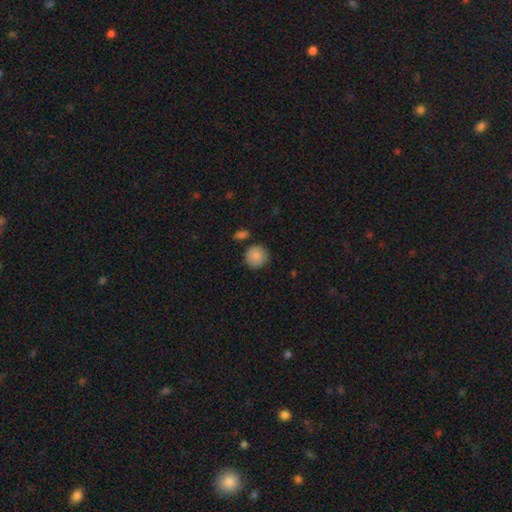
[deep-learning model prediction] This appears to be a smooth galaxy with no disk features (87%) that is round (92%). Merging: none (80%).